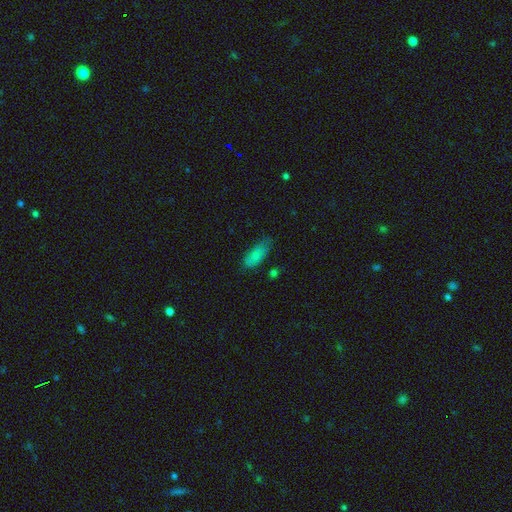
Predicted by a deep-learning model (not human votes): smooth-or-featured: smooth: 82% | featured or disk: 11% | star or artifact: 8%
  how-rounded: in between: 81% | cigar-shaped: 17% | round: 2%
  merging: none: 61% | minor disturbance: 29% | major disturbance: 7% | merger: 3%